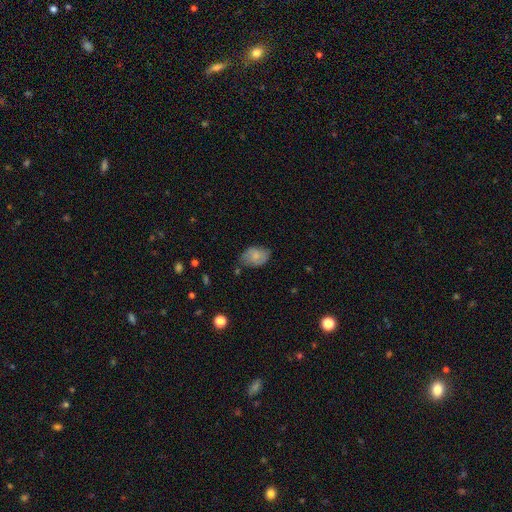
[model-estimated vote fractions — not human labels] Morphology: type=smooth (71%); roundness=in between (86%); merging=none (62%).